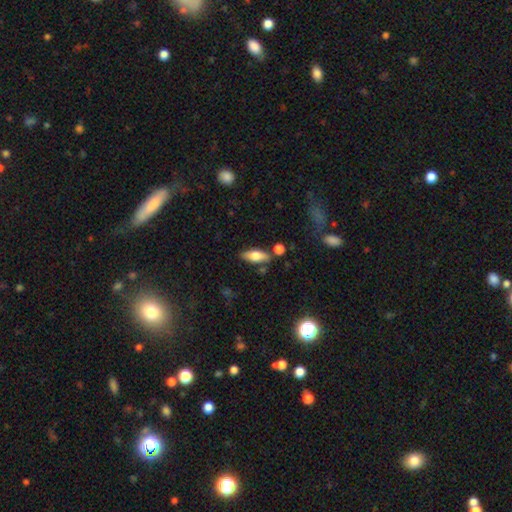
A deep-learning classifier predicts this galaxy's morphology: Overall: smooth (68%). How rounded: in between (73%). Merging: none (77%).